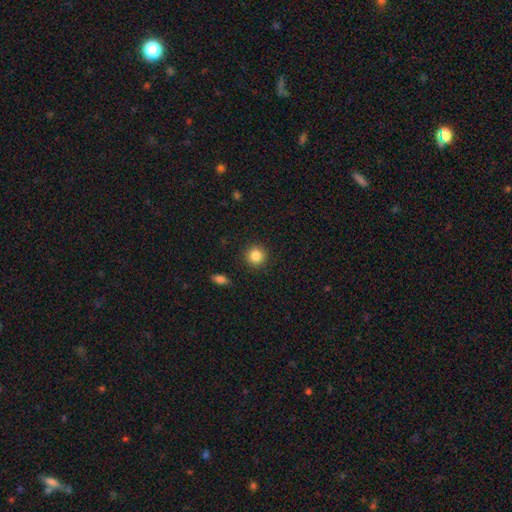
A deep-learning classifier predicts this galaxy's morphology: Overall: smooth (86%). How rounded: round (93%). Merging: none (91%).